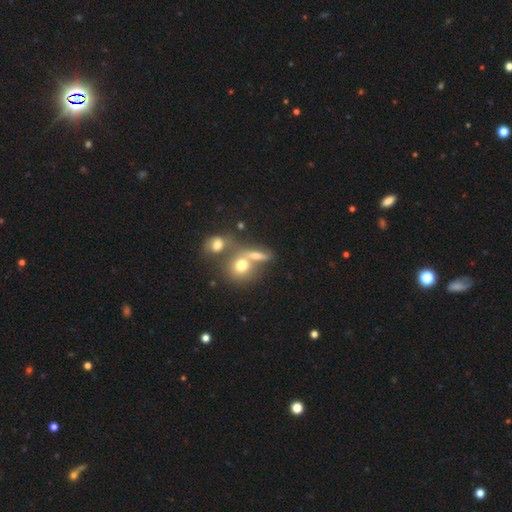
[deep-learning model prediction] smooth 64%, featured or disk 21%, star or artifact 15%. Down the decision tree: how rounded — round (45%); merging — merger (46%).